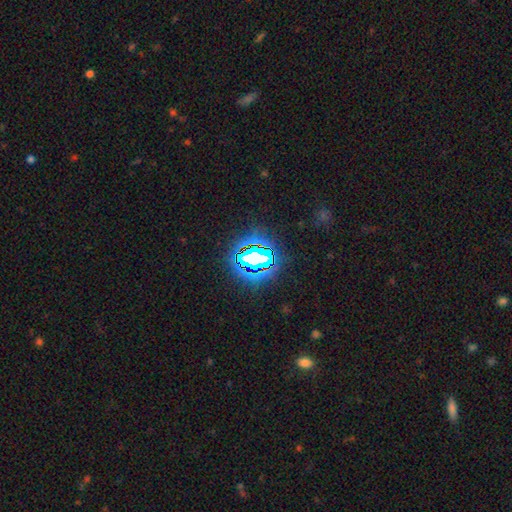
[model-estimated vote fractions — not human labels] smooth_or_featured: star or artifact (p=0.73) [alt: smooth p=0.15]